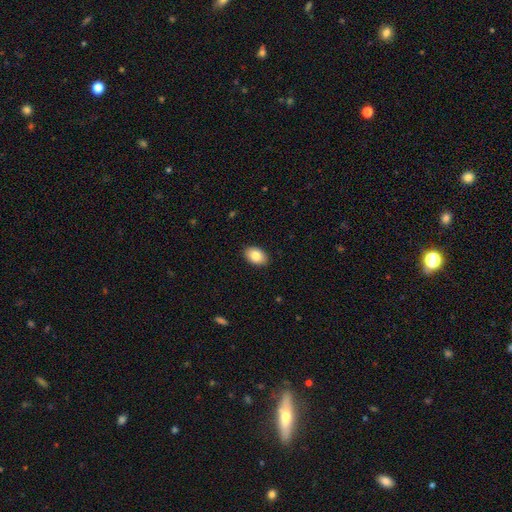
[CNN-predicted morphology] Smooth or featured? Predicted: smooth (p=0.84). How rounded? Predicted: in between (p=0.89). Merging? Predicted: none (p=0.89).